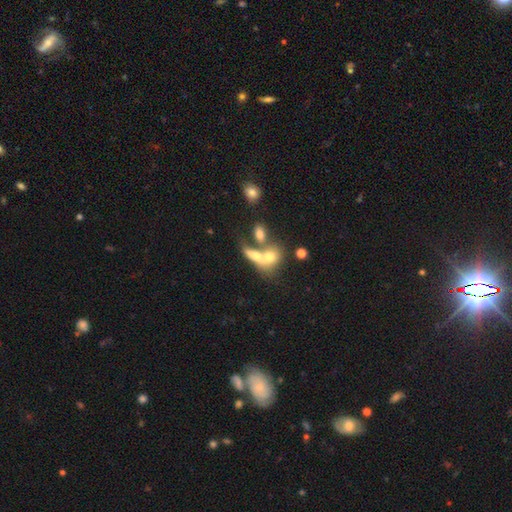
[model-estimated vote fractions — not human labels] Smooth or featured? smooth (63%)
How rounded? in between (61%)
Merging? merger (60%)